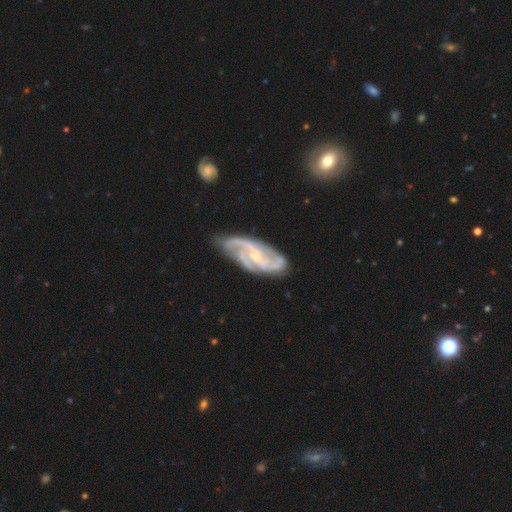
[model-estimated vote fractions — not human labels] A featured or disk galaxy (89%) with no bar (48%), 2 (35%) medium (50%) spiral arms (97%) and a small central bulge (69%). Merging: none (66%).